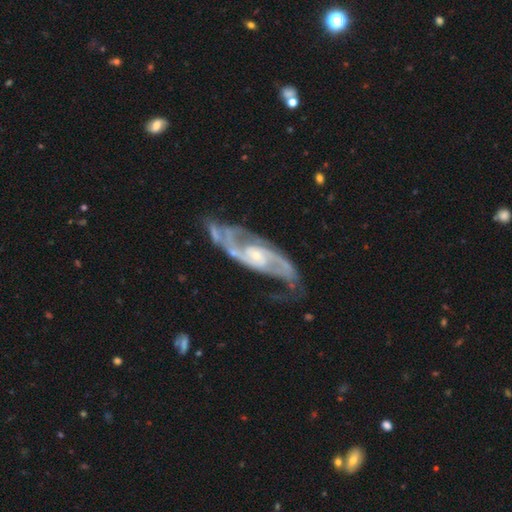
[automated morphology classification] Smooth or featured? Predicted: featured or disk (p=0.90). Edge-on disk? Predicted: no (p=0.91). Bar? Predicted: no (p=0.51). Spiral arms? Predicted: yes (p=0.97). Spiral winding? Predicted: medium (p=0.52). Spiral arm count? Predicted: 2 (p=0.81). Bulge size? Predicted: small (p=0.63). Merging? Predicted: none (p=0.62).